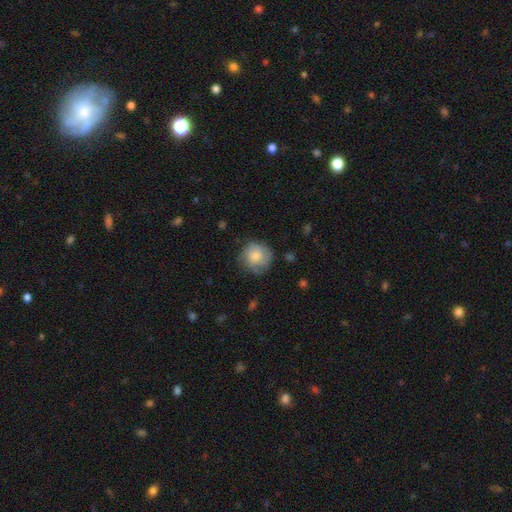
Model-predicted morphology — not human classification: Smooth or featured?
  - smooth: 69% *
  - featured or disk: 24%
  - star or artifact: 7%
How rounded?
  - round: 91% *
  - in between: 8%
  - cigar-shaped: 1%
Merging?
  - none: 70% *
  - minor disturbance: 22%
  - major disturbance: 7%
  - merger: 1%